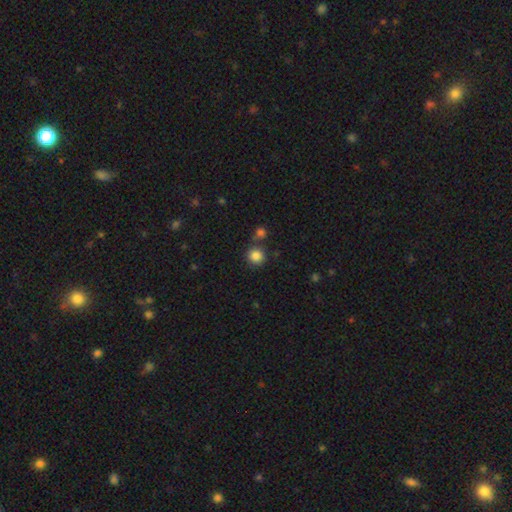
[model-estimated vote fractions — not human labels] Q: Smooth or featured?
A: smooth (85%); runner-up: star or artifact (11%)
Q: How rounded?
A: round (92%); runner-up: in between (8%)
Q: Merging?
A: none (76%); runner-up: merger (12%)